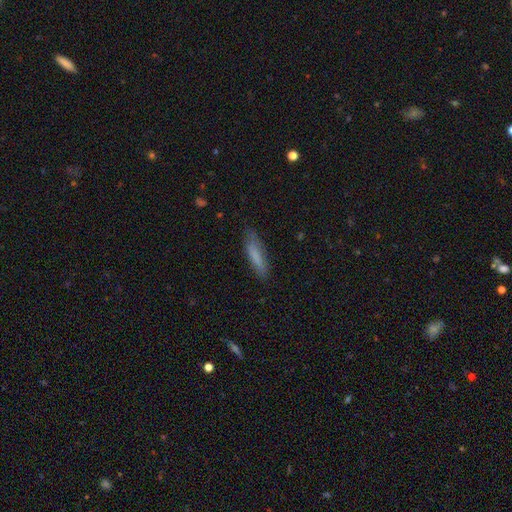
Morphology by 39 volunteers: type=smooth (69%); roundness=cigar-shaped (85%); merging=none (77%).